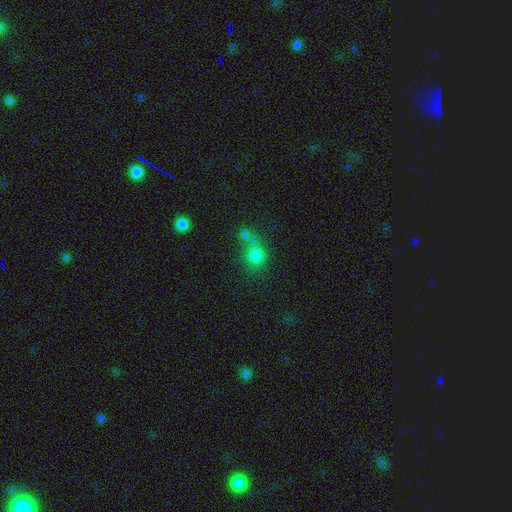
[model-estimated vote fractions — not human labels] Overall: smooth (75%). How rounded: round (77%). Merging: merger (45%; none 33%).